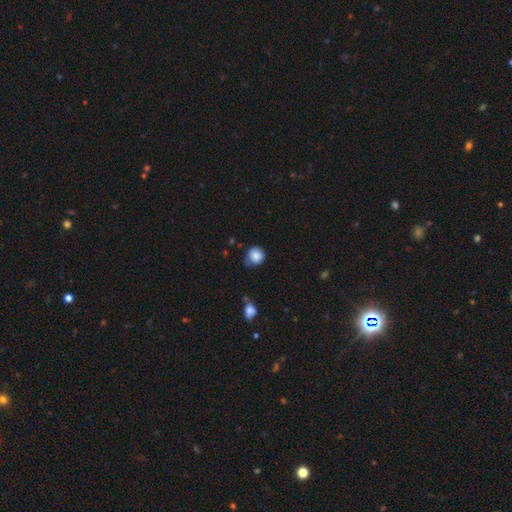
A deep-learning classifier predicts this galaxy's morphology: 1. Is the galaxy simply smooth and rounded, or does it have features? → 84% smooth, 9% star or artifact, 8% featured or disk.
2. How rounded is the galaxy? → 86% round, 13% in between, 1% cigar-shaped.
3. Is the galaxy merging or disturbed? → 57% none, 32% minor disturbance, 8% major disturbance, 3% merger.